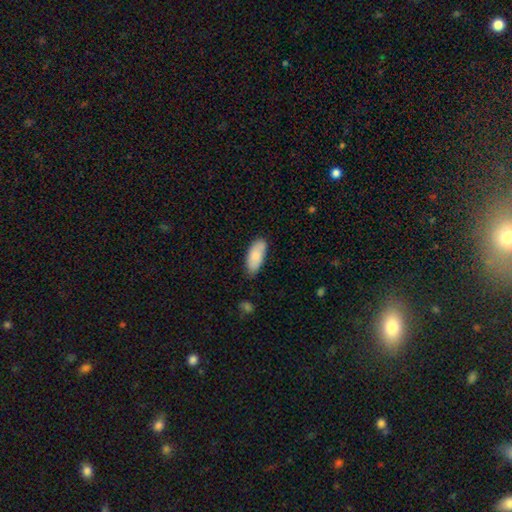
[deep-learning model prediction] Smooth or featured: smooth — 82% (featured or disk — 12%)
How rounded: in between — 88% (cigar-shaped — 10%)
Merging: none — 75% (minor disturbance — 20%)